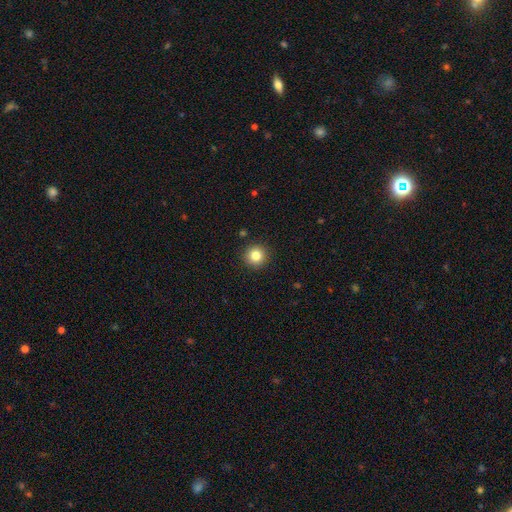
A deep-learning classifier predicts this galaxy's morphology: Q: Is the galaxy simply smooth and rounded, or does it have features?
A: smooth — 82%.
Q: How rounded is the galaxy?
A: round — 95%.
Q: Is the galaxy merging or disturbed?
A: none — 92%.